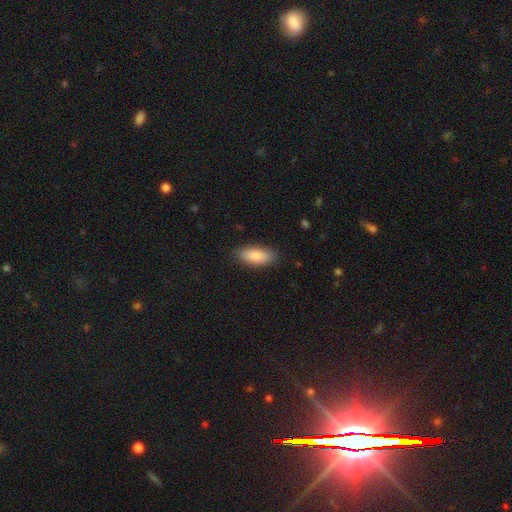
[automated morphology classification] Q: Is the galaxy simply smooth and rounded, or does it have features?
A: smooth — 87%.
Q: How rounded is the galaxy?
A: in between — 84%.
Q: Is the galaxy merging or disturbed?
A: none — 85%.